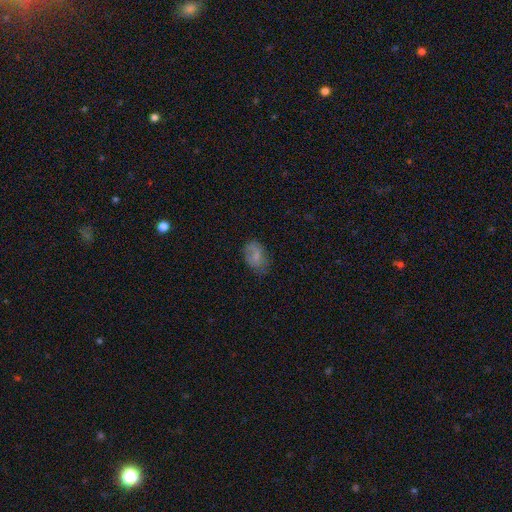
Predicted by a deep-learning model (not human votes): Smooth or featured? Predicted: smooth (p=0.69). How rounded? Predicted: in between (p=0.82). Merging? Predicted: none (p=0.61).